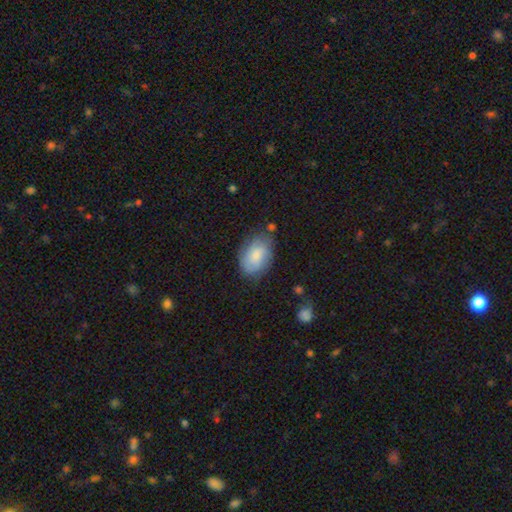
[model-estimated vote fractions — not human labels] Smooth or featured?
  - smooth: 72% *
  - featured or disk: 21%
  - star or artifact: 7%
How rounded?
  - in between: 87% *
  - round: 12%
  - cigar-shaped: 1%
Merging?
  - none: 67% *
  - minor disturbance: 23%
  - major disturbance: 6%
  - merger: 3%